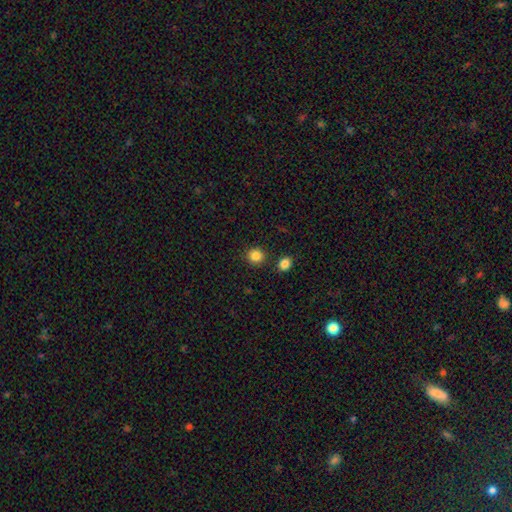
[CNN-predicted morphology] Smooth or featured?
  - smooth: 85% *
  - star or artifact: 11%
  - featured or disk: 4%
How rounded?
  - round: 91% *
  - in between: 8%
  - cigar-shaped: 1%
Merging?
  - none: 87% *
  - minor disturbance: 6%
  - merger: 5%
  - major disturbance: 2%